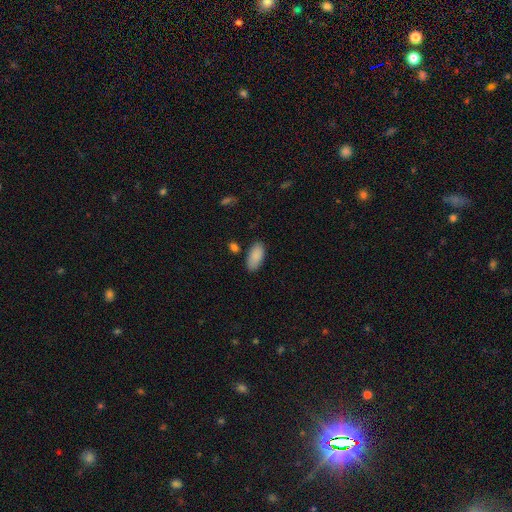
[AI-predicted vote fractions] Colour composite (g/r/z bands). It shows a smooth galaxy with no disk features (89%) that is in between round and cigar-shaped (92%). Merging: none (82%).